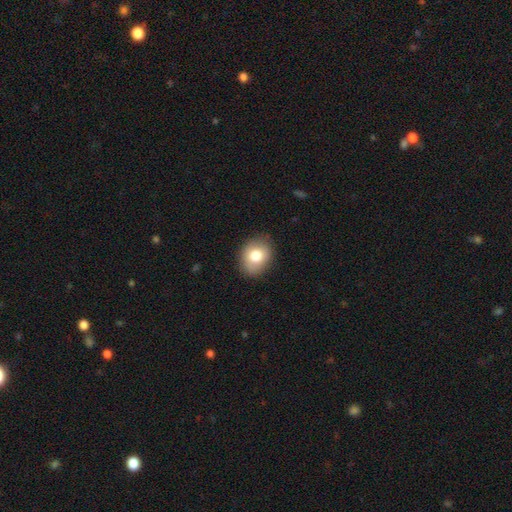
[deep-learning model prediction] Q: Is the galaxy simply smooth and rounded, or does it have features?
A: smooth — 79%.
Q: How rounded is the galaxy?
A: in between — 61%.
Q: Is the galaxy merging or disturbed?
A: none — 84%.